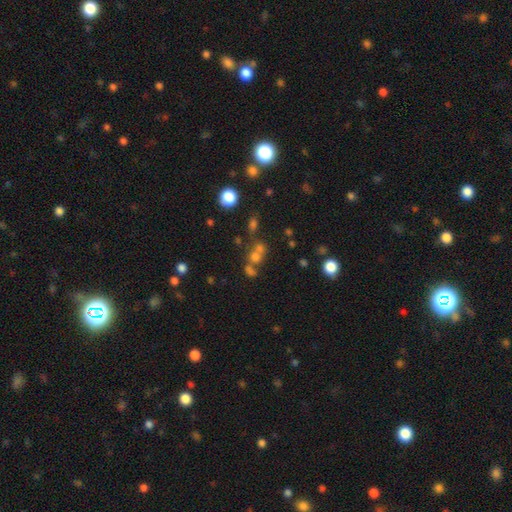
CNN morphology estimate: Q: Smooth or featured?
A: smooth (50%); runner-up: star or artifact (33%)
Q: How rounded?
A: round (78%); runner-up: in between (20%)
Q: Merging?
A: merger (44%); runner-up: none (43%)